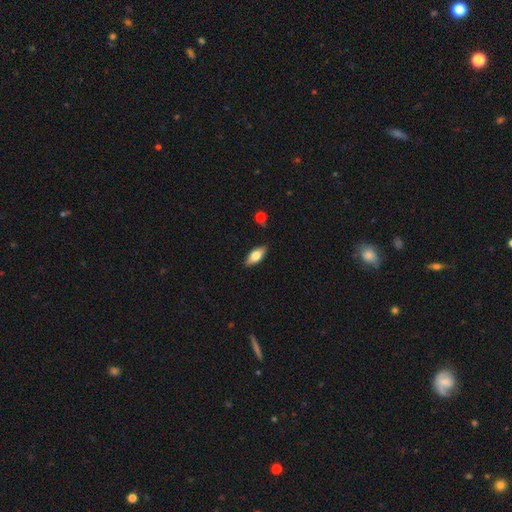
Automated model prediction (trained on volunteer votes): A smooth galaxy with no disk features (68%) that is in between round and cigar-shaped (81%). Merging: none (86%).